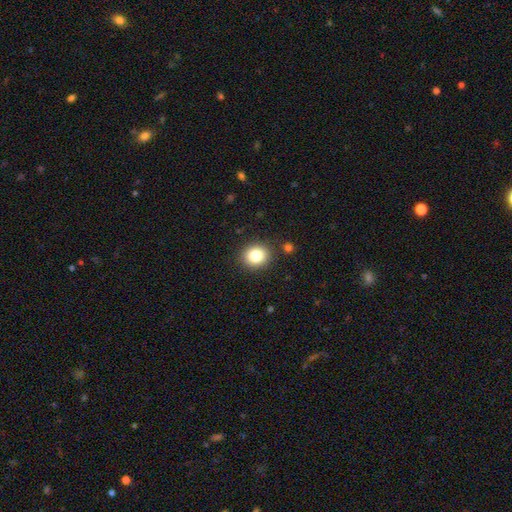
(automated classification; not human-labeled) Overall: smooth (82%). How rounded: round (75%). Merging: none (89%).